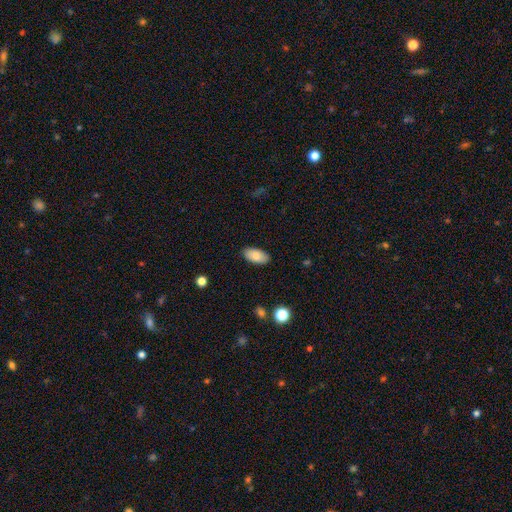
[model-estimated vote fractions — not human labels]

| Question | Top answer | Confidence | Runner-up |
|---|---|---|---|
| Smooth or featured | smooth | 84% | featured or disk (9%) |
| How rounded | in between | 94% | cigar-shaped (3%) |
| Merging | none | 87% | minor disturbance (10%) |